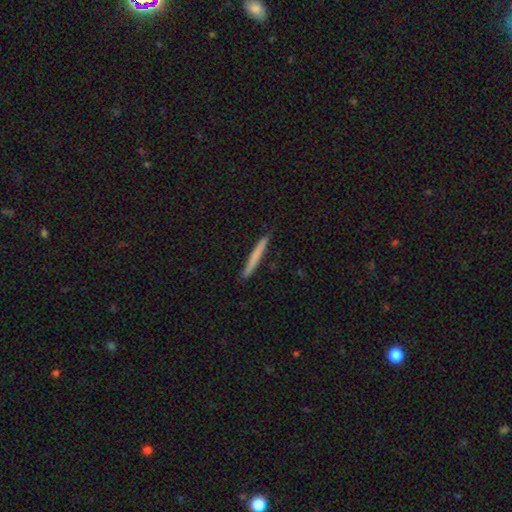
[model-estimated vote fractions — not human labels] This is likely a smooth galaxy (70%). How rounded: clearly cigar-shaped (97%). Merging: clearly none (90%).